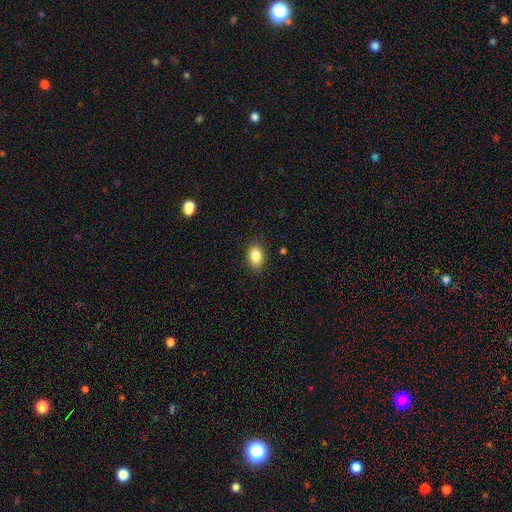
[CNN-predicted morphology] smooth_or_featured: smooth (p=0.84) [alt: star or artifact p=0.09]
how_rounded: in between (p=0.81) [alt: round p=0.17]
merging: none (p=0.86) [alt: minor disturbance p=0.10]